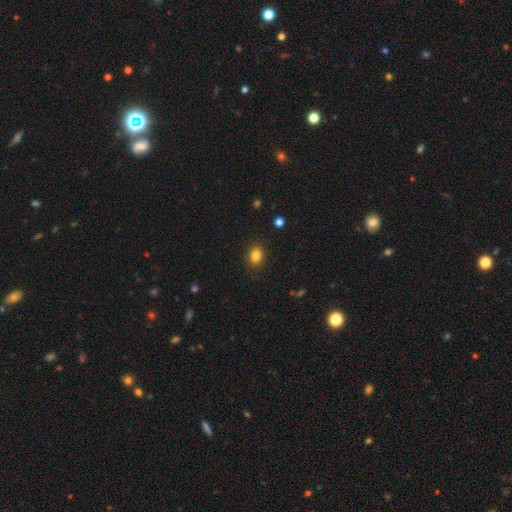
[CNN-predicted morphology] Smooth or featured? smooth (84%)
How rounded? in between (56%)
Merging? none (88%)